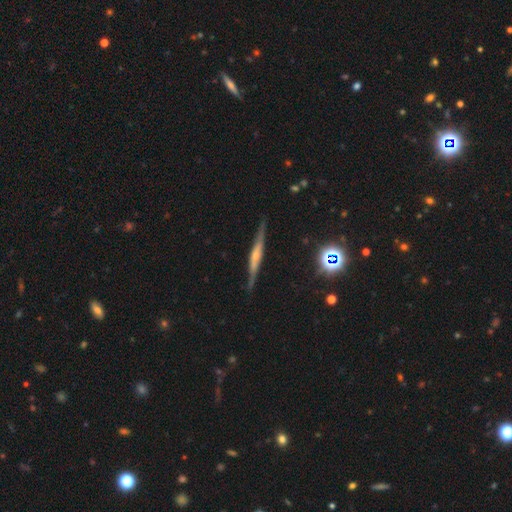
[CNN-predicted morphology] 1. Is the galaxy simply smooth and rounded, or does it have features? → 68% featured or disk, 23% smooth, 9% star or artifact.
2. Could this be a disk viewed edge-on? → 95% yes, 5% no.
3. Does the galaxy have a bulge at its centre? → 57% rounded, 24% none, 19% boxy.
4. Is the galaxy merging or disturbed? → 83% none, 13% minor disturbance, 3% major disturbance, 2% merger.